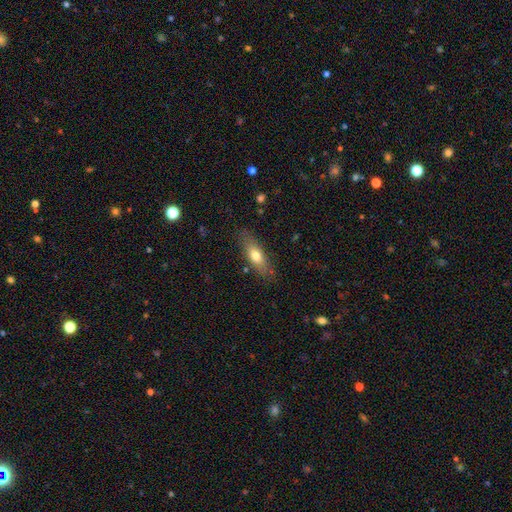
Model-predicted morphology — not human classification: This appears to be a smooth galaxy with no disk features (68%) that is in between round and cigar-shaped (60%). Merging: none (81%).